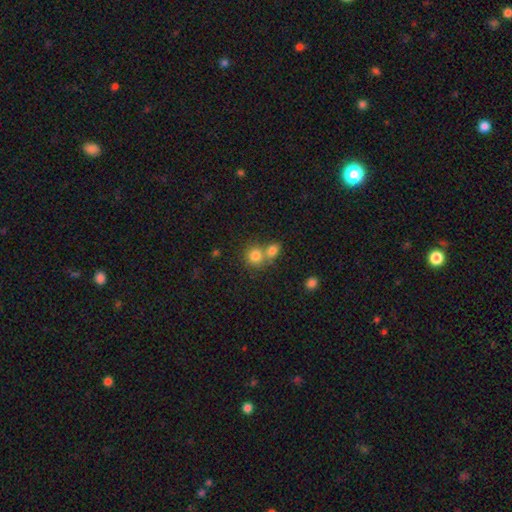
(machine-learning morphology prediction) smooth 80%, star or artifact 11%, featured or disk 8%. Down the decision tree: how rounded — round (83%); merging — none (46%).